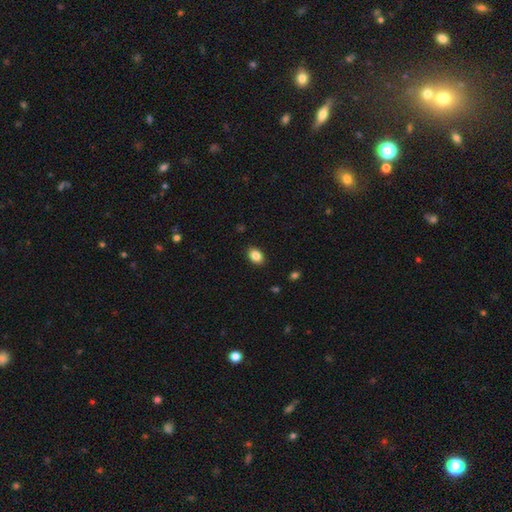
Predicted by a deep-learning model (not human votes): A smooth galaxy with no disk features (87%) that is in between round and cigar-shaped (77%).

Vote fractions:
- Smooth or featured? smooth: 87% / star or artifact: 9% / featured or disk: 4%
- How rounded? in between: 77% / round: 22% / cigar-shaped: 1%
- Merging? none: 89% / minor disturbance: 8% / major disturbance: 2% / merger: 1%